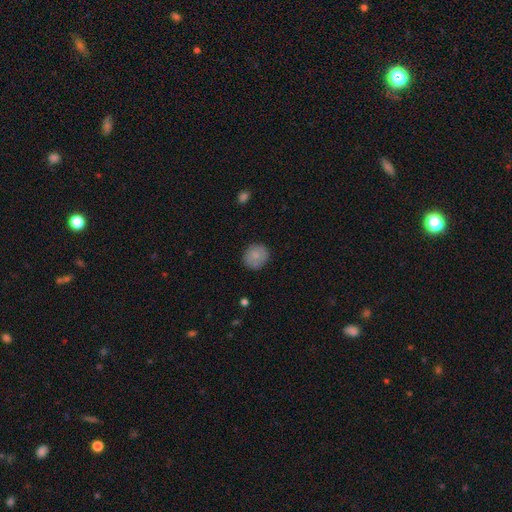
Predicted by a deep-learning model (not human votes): smooth-or-featured: smooth: 82% | featured or disk: 11% | star or artifact: 7%
  how-rounded: round: 87% | in between: 12% | cigar-shaped: 1%
  merging: none: 85% | minor disturbance: 11% | major disturbance: 3% | merger: 1%